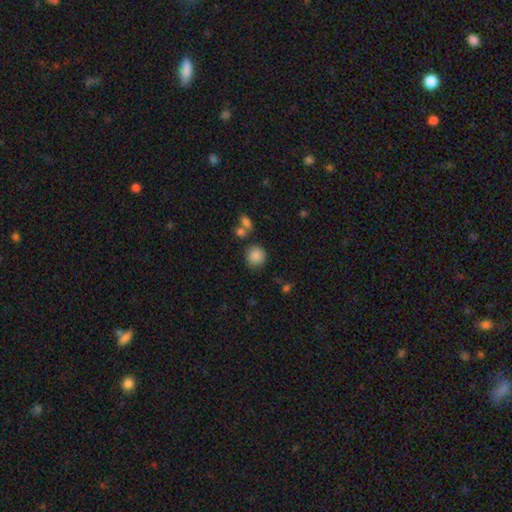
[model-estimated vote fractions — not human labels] Smooth or featured?
  - smooth: 86% *
  - star or artifact: 9%
  - featured or disk: 5%
How rounded?
  - round: 88% *
  - in between: 11%
  - cigar-shaped: 1%
Merging?
  - none: 76% *
  - minor disturbance: 12%
  - merger: 8%
  - major disturbance: 4%